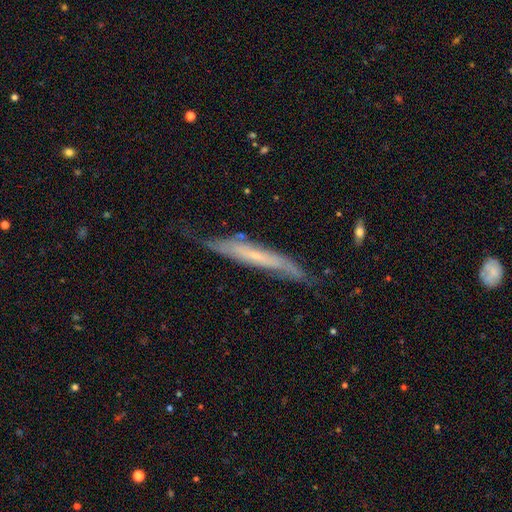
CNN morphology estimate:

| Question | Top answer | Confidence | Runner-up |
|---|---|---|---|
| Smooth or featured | featured or disk | 64% | smooth (29%) |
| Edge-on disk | yes | 68% | no (32%) |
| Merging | none | 64% | minor disturbance (26%) |